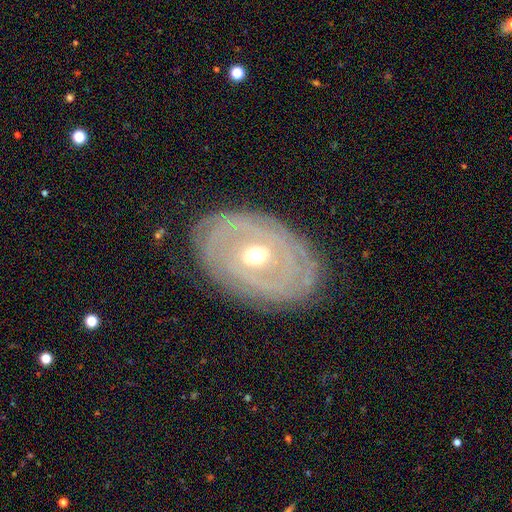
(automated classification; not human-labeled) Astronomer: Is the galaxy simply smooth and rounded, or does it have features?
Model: featured or disk — 78%.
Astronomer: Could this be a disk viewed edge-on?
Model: no — 92%.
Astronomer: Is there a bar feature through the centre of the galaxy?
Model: no — 50% (runner-up: weak, 35%).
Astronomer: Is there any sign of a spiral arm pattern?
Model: yes — 66%.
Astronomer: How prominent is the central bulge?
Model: moderate — 70%.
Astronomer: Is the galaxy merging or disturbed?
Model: none — 81%.